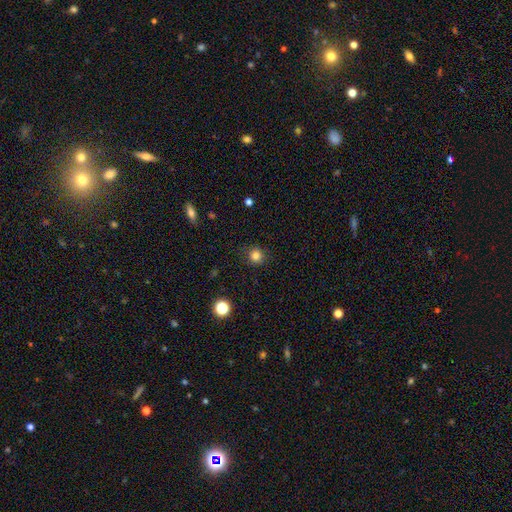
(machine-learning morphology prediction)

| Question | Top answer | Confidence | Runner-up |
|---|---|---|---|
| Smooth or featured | smooth | 82% | star or artifact (13%) |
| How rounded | round | 92% | in between (7%) |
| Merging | none | 88% | minor disturbance (8%) |